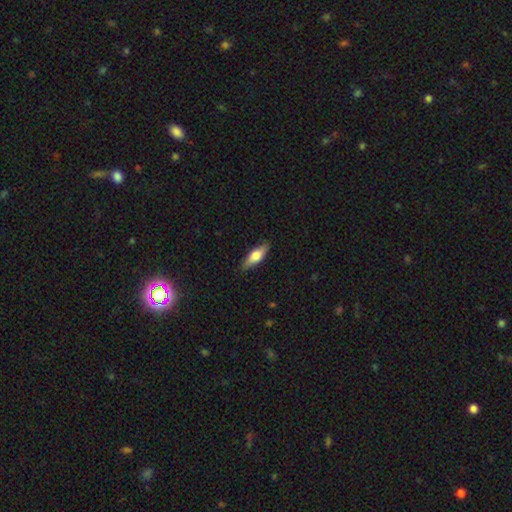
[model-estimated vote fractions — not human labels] Smooth or featured? Predicted: smooth (p=0.61). How rounded? Predicted: in between (p=0.54). Merging? Predicted: none (p=0.87).